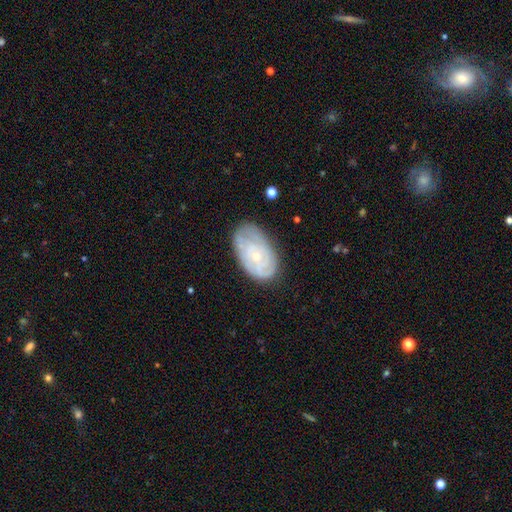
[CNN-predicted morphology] Q: Smooth or featured?
A: featured or disk (65%); runner-up: smooth (28%)
Q: Edge-on disk?
A: no (95%); runner-up: yes (5%)
Q: Bar?
A: no (79%); runner-up: weak (17%)
Q: Spiral arms?
A: yes (79%); runner-up: no (21%)
Q: Bulge size?
A: small (72%); runner-up: moderate (23%)
Q: Merging?
A: none (73%); runner-up: minor disturbance (20%)